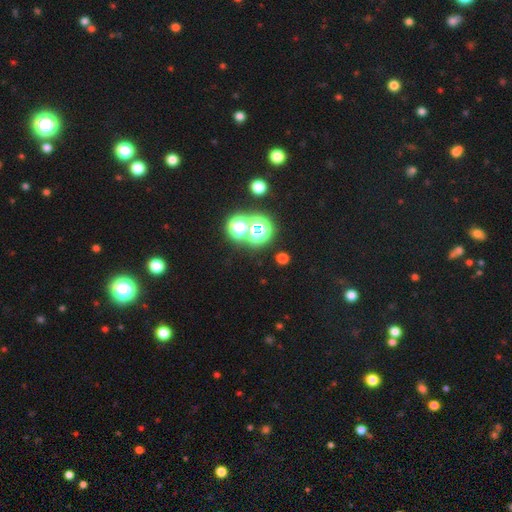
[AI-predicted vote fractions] Smooth or featured?
  - star or artifact: 71% *
  - smooth: 22%
  - featured or disk: 8%